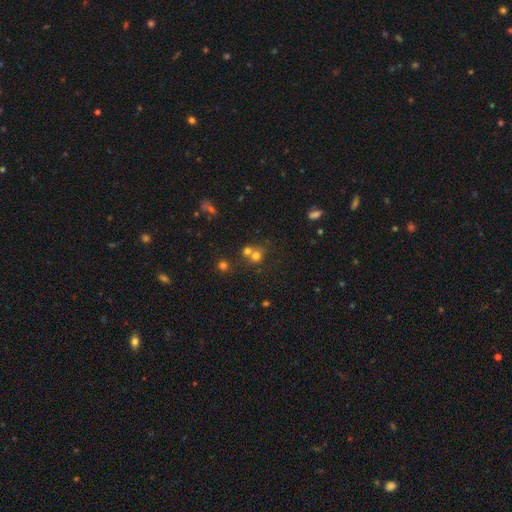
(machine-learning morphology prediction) A smooth galaxy with no disk features (67%) that is round (81%).

Vote fractions:
- Smooth or featured? smooth: 67% / star or artifact: 19% / featured or disk: 14%
- How rounded? round: 81% / in between: 18% / cigar-shaped: 1%
- Merging? merger: 45% / none: 44% / minor disturbance: 7% / major disturbance: 4%